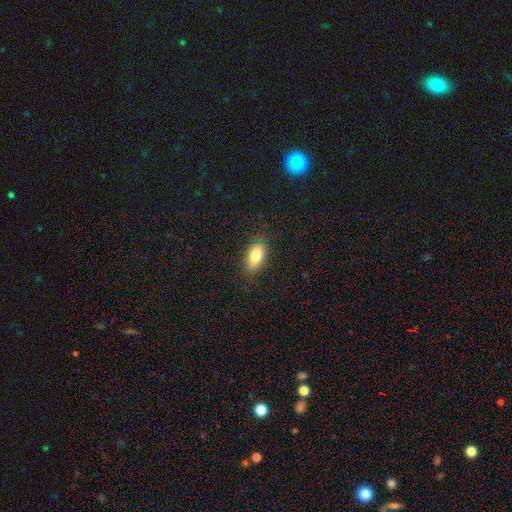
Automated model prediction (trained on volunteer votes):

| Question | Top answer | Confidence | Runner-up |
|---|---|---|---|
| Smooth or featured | smooth | 80% | featured or disk (12%) |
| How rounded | in between | 90% | round (5%) |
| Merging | none | 85% | minor disturbance (11%) |